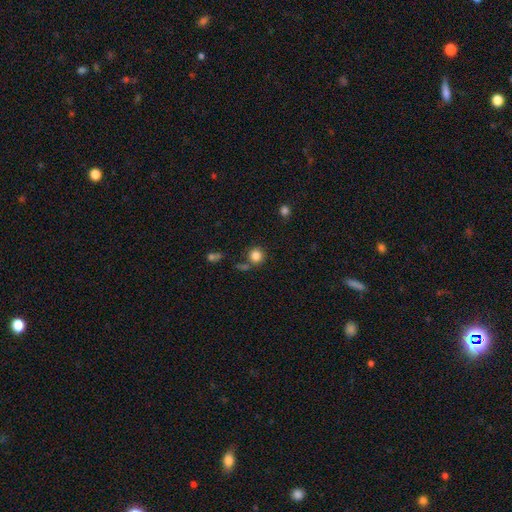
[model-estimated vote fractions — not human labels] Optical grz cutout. It shows a smooth galaxy with no disk features (84%) that is round (91%). Merging: none (74%).